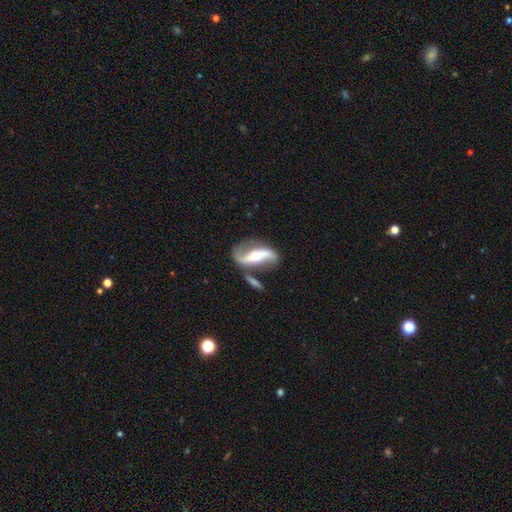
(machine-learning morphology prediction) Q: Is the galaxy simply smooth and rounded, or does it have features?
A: featured or disk — 84%.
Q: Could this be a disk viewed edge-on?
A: no — 89%.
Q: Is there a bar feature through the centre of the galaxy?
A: strong — 53%.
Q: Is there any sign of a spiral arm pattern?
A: yes — 89%.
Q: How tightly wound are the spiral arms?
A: loose — 69%.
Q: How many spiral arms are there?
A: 2 — 89%.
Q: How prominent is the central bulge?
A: moderate — 63%.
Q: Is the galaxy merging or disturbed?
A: none — 63%.